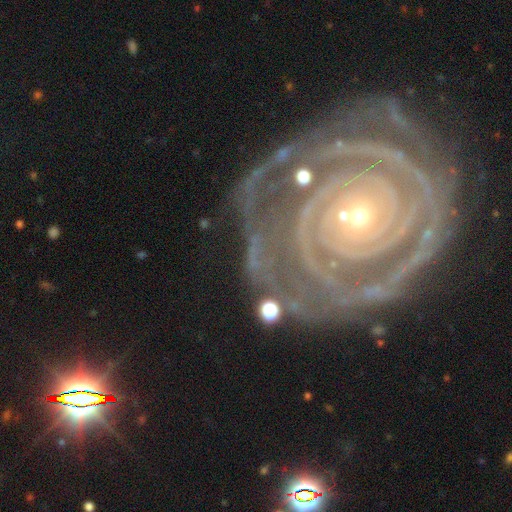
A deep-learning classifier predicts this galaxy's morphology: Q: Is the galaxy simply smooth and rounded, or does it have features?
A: featured or disk — 89%.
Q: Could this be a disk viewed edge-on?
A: no — 97%.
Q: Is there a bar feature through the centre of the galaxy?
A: no — 71%.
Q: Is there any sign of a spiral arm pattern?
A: yes — 98%.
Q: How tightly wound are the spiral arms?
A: tight — 84%.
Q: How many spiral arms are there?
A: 2 — 33%.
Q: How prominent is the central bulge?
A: small — 79%.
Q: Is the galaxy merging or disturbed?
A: none — 67%.